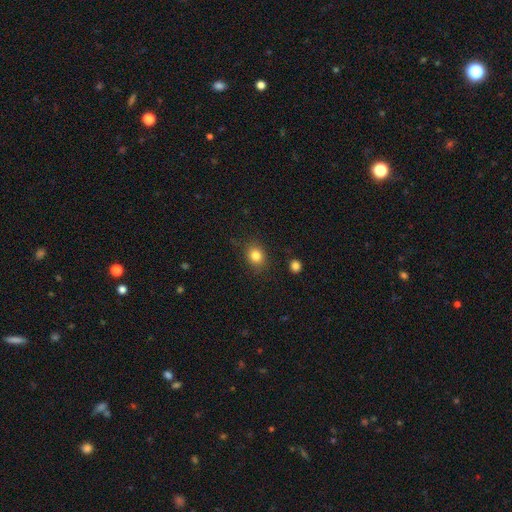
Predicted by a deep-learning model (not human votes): A smooth galaxy with no disk features (82%) that is round (65%). Merging: none (85%).